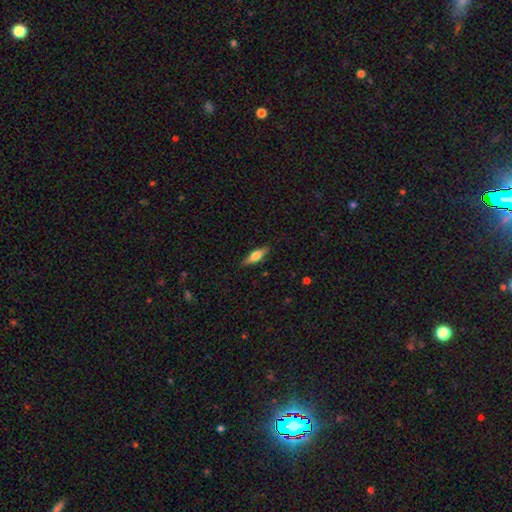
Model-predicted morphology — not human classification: This appears to be a smooth galaxy with no disk features (62%) that is cigar-shaped (50%). Merging: none (86%).